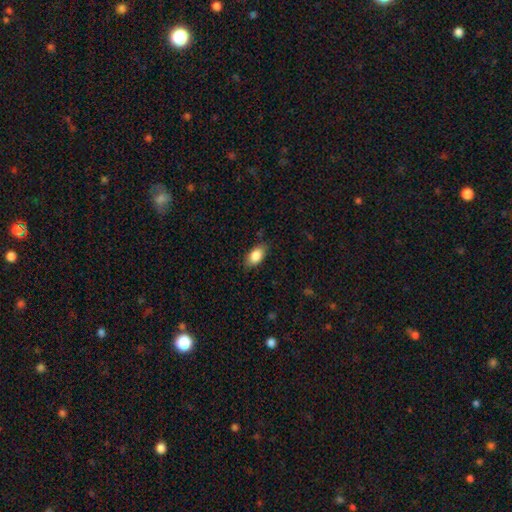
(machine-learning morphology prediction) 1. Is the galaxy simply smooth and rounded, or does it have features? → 86% smooth, 7% star or artifact, 7% featured or disk.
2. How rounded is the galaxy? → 91% in between, 6% round, 3% cigar-shaped.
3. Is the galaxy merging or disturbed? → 83% none, 13% minor disturbance, 3% major disturbance, 1% merger.